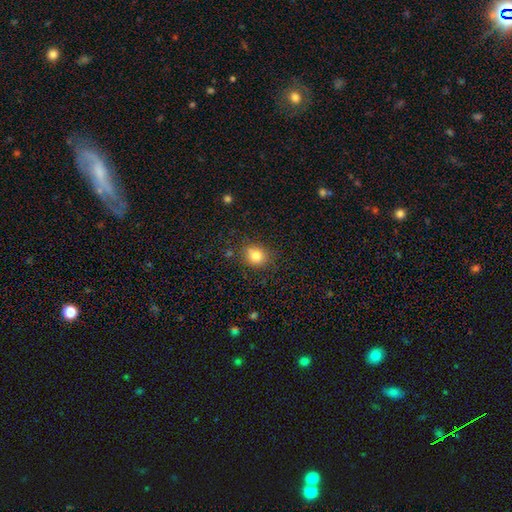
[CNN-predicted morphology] This appears to be a smooth galaxy with no disk features (82%) that is round (70%). Merging: none (79%).